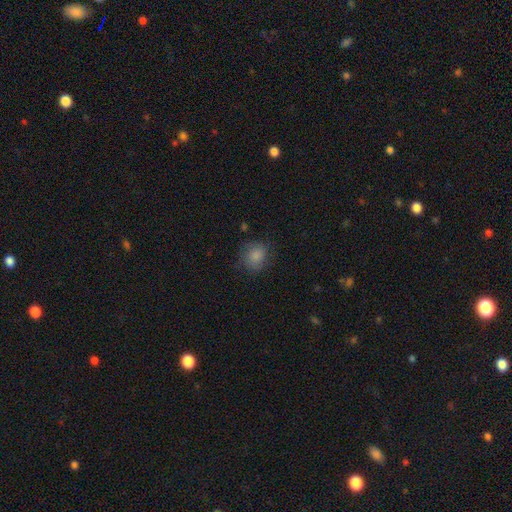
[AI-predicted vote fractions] Q: Smooth or featured?
A: smooth (82%); runner-up: star or artifact (9%)
Q: How rounded?
A: round (76%); runner-up: in between (24%)
Q: Merging?
A: none (72%); runner-up: minor disturbance (19%)